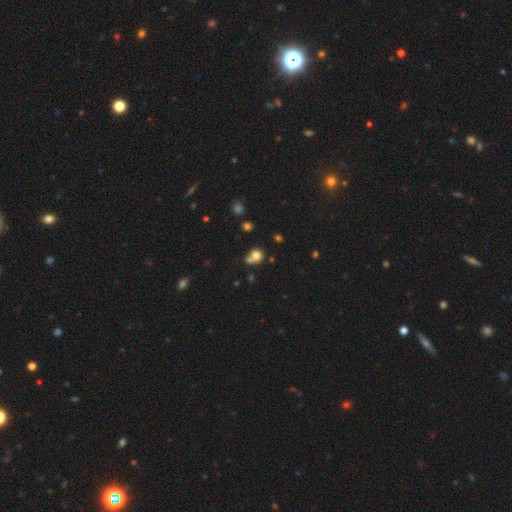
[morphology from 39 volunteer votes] Smooth or featured: smooth — 82% (star or artifact — 10%)
How rounded: round — 81% (in between — 16%)
Merging: none — 51% (merger — 43%)